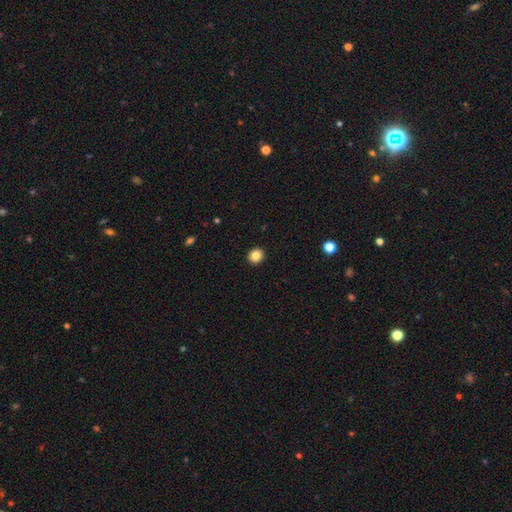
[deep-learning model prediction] This is clearly a smooth galaxy (84%). How rounded: clearly round (86%). Merging: clearly none (93%).